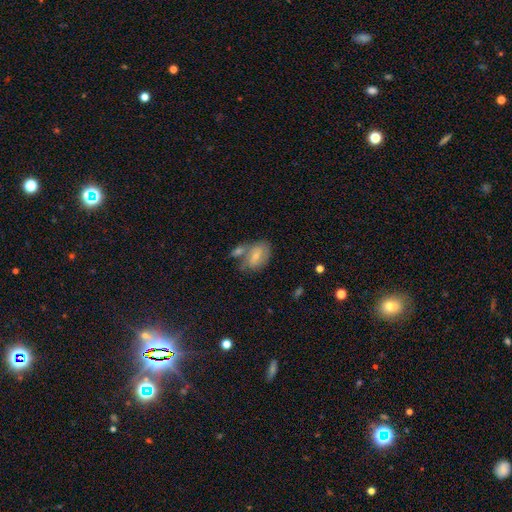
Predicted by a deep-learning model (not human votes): A smooth galaxy with no disk features (61%) that is in between round and cigar-shaped (85%). Merging: none (40%).